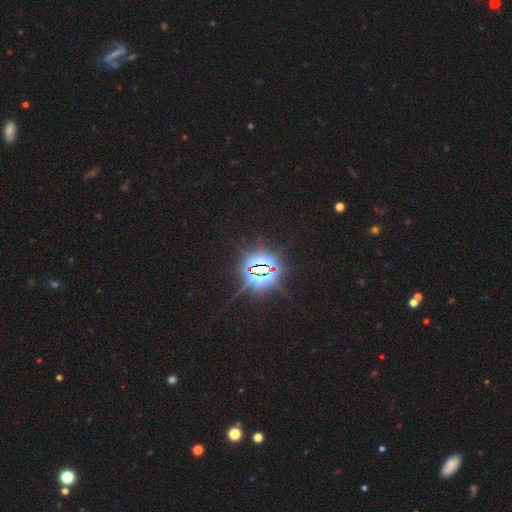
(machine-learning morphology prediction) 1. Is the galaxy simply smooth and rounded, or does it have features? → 85% star or artifact, 10% smooth, 5% featured or disk.